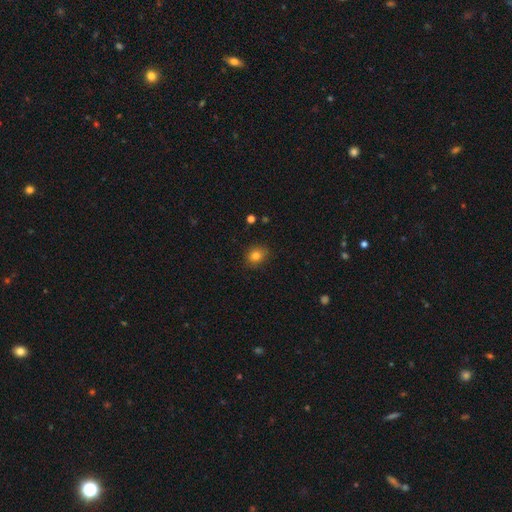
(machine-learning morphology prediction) This appears to be a smooth galaxy with no disk features (81%) that is round (62%). Merging: none (85%).